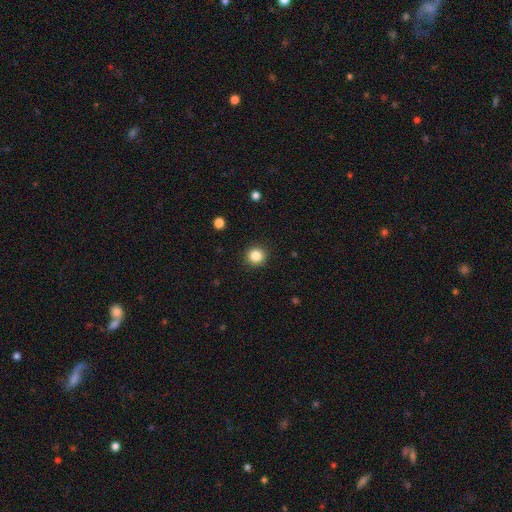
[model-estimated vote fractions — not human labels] smooth 85%, star or artifact 11%, featured or disk 4%. Down the decision tree: how rounded — round (94%); merging — none (92%).